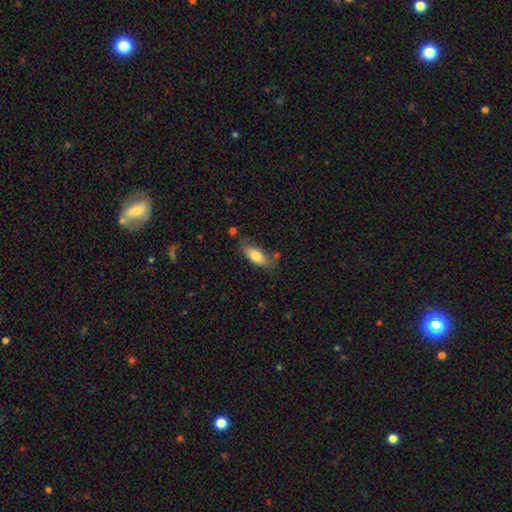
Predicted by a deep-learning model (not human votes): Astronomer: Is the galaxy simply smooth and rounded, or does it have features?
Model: smooth — 77%.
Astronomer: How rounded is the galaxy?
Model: in between — 83%.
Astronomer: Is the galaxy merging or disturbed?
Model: none — 64%.